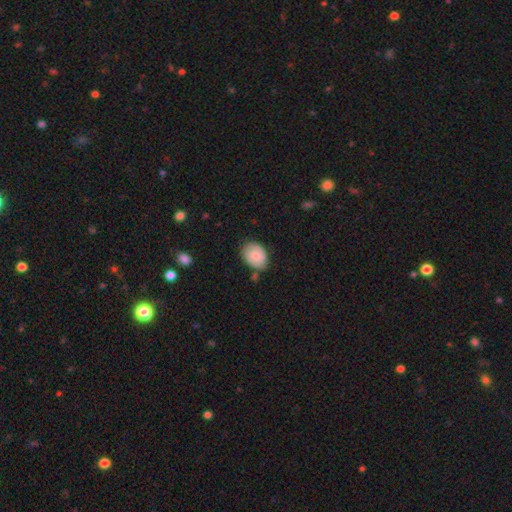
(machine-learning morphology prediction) Smooth or featured? Predicted: smooth (p=0.69). How rounded? Predicted: in between (p=0.73). Merging? Predicted: none (p=0.73).